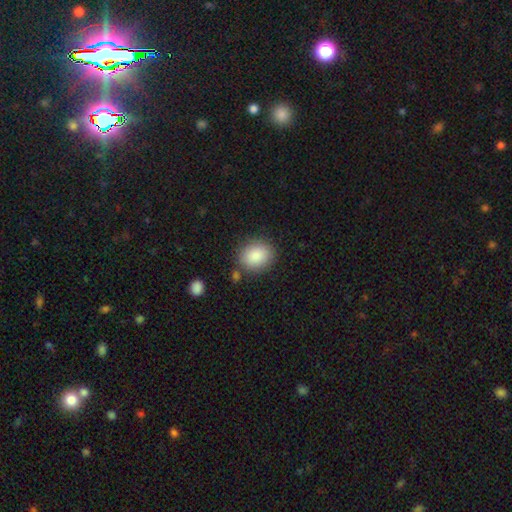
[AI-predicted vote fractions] Smooth or featured: smooth — 87% (star or artifact — 7%)
How rounded: round — 54% (in between — 45%)
Merging: none — 80% (minor disturbance — 11%)